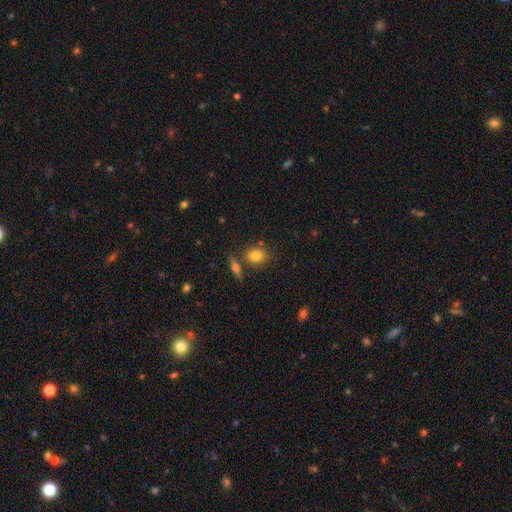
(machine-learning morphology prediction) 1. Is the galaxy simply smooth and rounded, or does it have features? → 80% smooth, 11% featured or disk, 9% star or artifact.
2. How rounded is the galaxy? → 52% in between, 45% round, 3% cigar-shaped.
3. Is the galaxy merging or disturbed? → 69% none, 15% merger, 12% minor disturbance, 3% major disturbance.